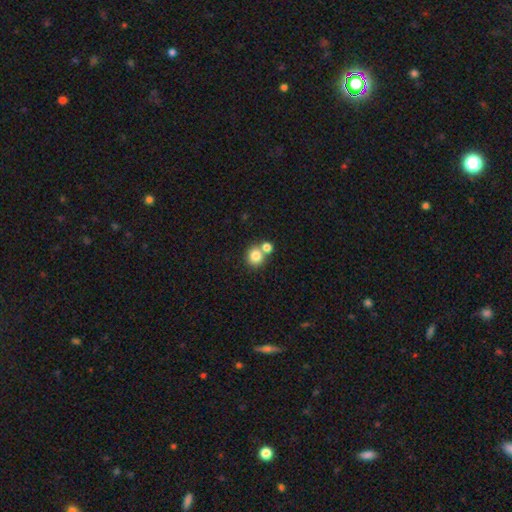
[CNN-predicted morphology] Smooth or featured? smooth (81%)
How rounded? round (85%)
Merging? none (49%)